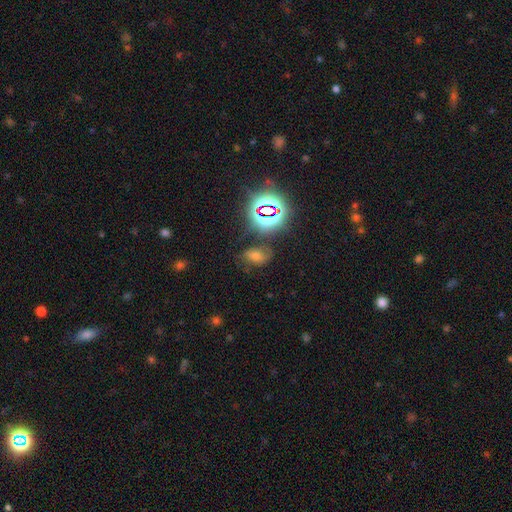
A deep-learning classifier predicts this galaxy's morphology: smooth-or-featured: star or artifact: 42% | smooth: 41% | featured or disk: 17%